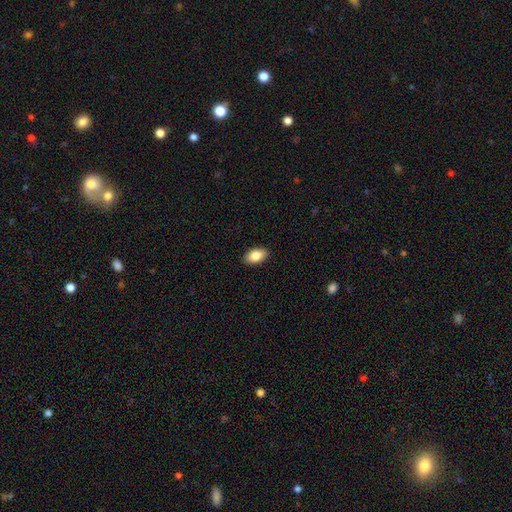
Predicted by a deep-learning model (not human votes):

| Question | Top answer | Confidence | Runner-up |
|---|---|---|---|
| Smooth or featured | smooth | 84% | featured or disk (9%) |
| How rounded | in between | 93% | round (5%) |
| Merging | none | 90% | minor disturbance (7%) |